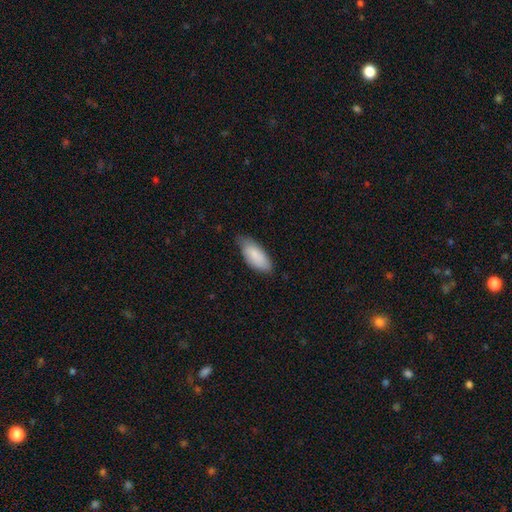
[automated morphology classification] This appears to be a smooth galaxy with no disk features (85%) that is in between round and cigar-shaped (88%). Merging: none (65%).